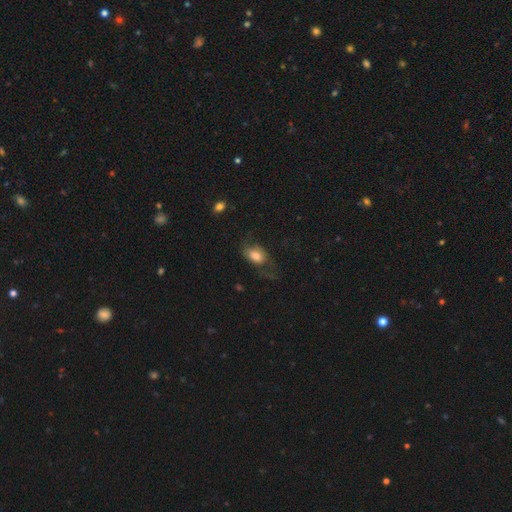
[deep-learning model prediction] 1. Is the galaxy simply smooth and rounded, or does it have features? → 72% smooth, 20% featured or disk, 9% star or artifact.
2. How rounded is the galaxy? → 84% in between, 14% round, 2% cigar-shaped.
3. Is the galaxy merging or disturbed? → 41% none, 33% major disturbance, 24% minor disturbance, 2% merger.